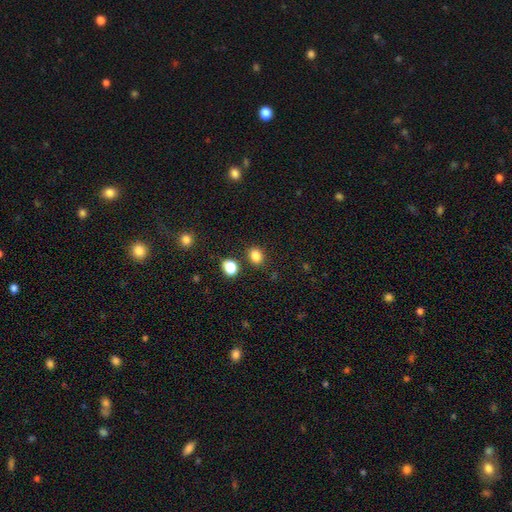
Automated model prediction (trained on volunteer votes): Morphology: type=smooth (83%); roundness=round (53%); merging=none (81%).